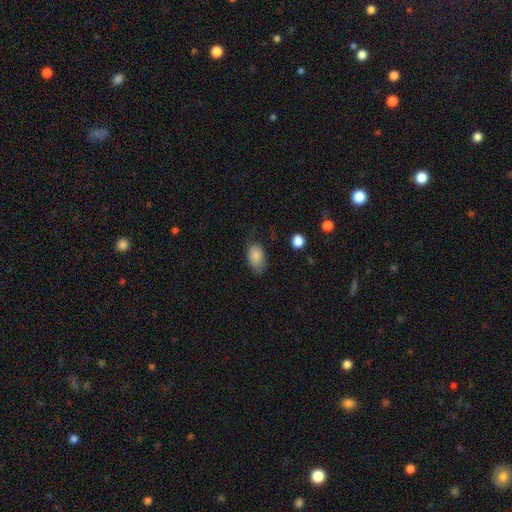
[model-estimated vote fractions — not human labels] smooth 86%, star or artifact 8%, featured or disk 6%. Down the decision tree: how rounded — in between (91%); merging — none (67%).